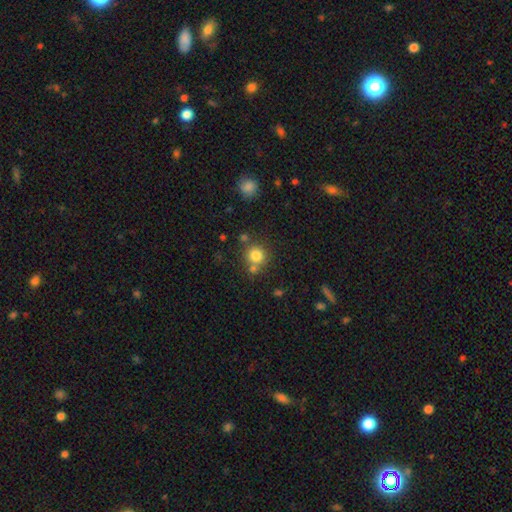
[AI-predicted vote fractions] Overall: smooth (80%). How rounded: round (91%). Merging: none (68%).